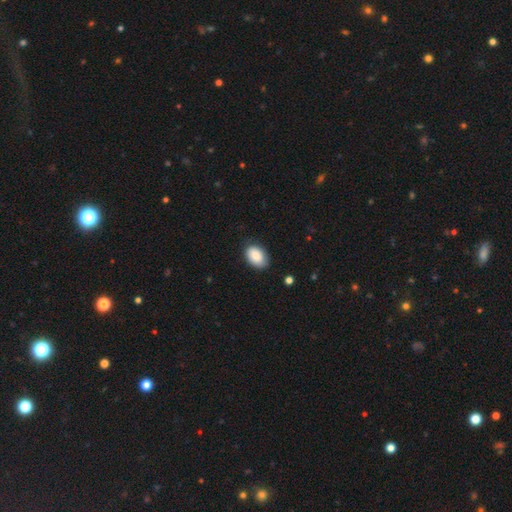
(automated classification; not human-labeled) A smooth galaxy with no disk features (86%) that is in between round and cigar-shaped (87%). Merging: none (78%).